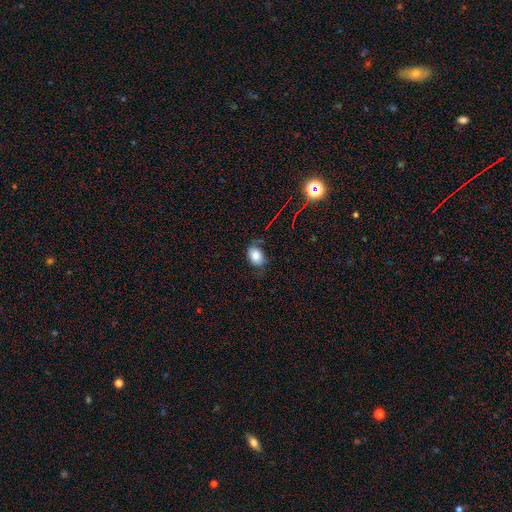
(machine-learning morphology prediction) smooth 78%, featured or disk 11%, star or artifact 11%. Down the decision tree: how rounded — in between (79%); merging — none (61%).